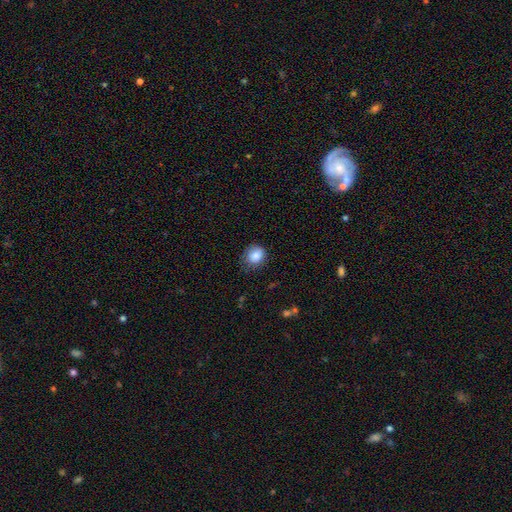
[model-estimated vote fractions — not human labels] This is clearly a smooth galaxy (84%). How rounded: likely round (63%). Merging: likely none (67%).